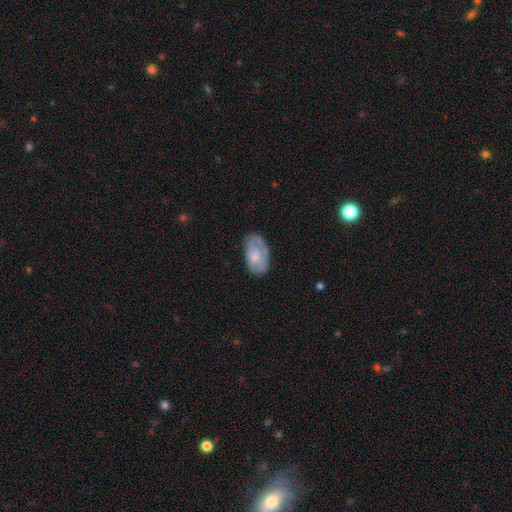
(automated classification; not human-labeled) Smooth or featured? Predicted: smooth (p=0.57). How rounded? Predicted: in between (p=0.93). Merging? Predicted: none (p=0.57).